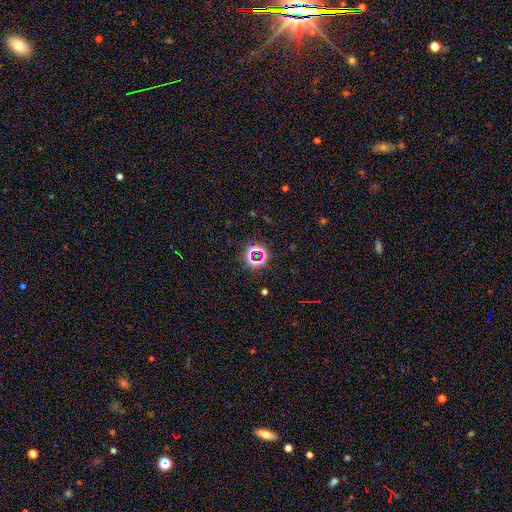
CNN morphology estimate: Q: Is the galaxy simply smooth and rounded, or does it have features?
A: star or artifact — 68%.